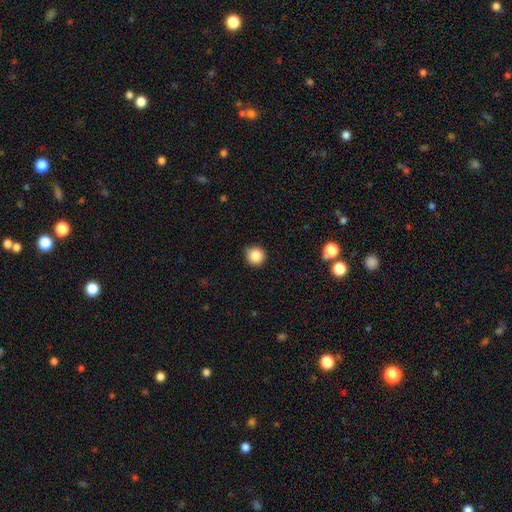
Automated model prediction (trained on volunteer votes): smooth_or_featured: smooth (p=0.85) [alt: star or artifact p=0.11]
how_rounded: round (p=0.94) [alt: in between p=0.05]
merging: none (p=0.86) [alt: minor disturbance p=0.11]